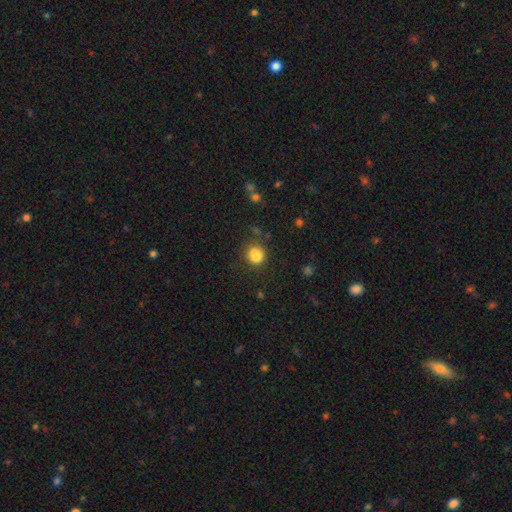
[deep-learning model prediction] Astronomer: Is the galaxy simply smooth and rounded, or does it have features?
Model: smooth — 83%.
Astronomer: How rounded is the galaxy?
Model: round — 79%.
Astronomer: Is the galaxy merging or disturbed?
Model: none — 72%.